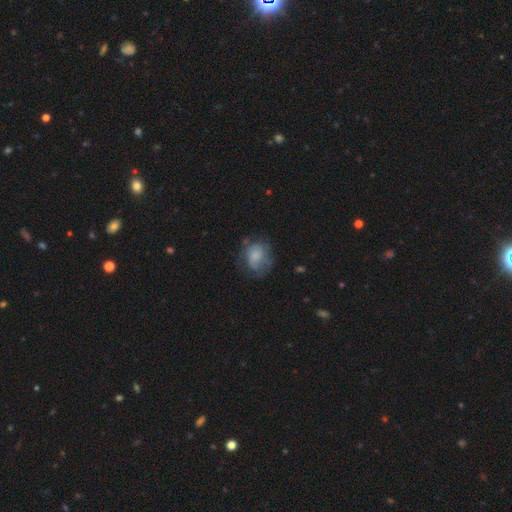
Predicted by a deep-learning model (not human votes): A smooth galaxy with no disk features (64%) that is round (58%). Merging: none (51%).